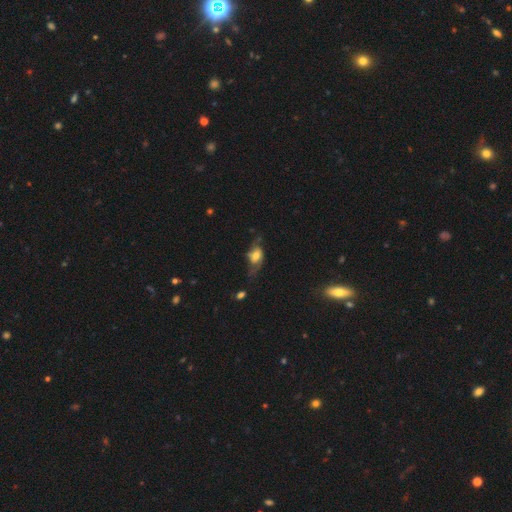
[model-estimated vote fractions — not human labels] This is possibly a featured or disk galaxy (46%). Merging: marginally none (41%).